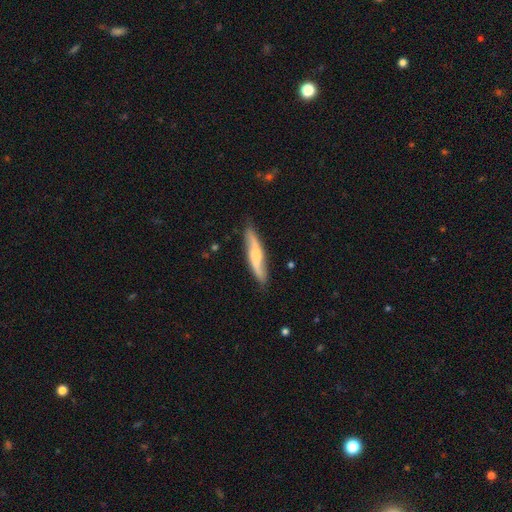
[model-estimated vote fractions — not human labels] Morphology: type=featured or disk (59%); edge-on=no (54%); merging=none (80%).